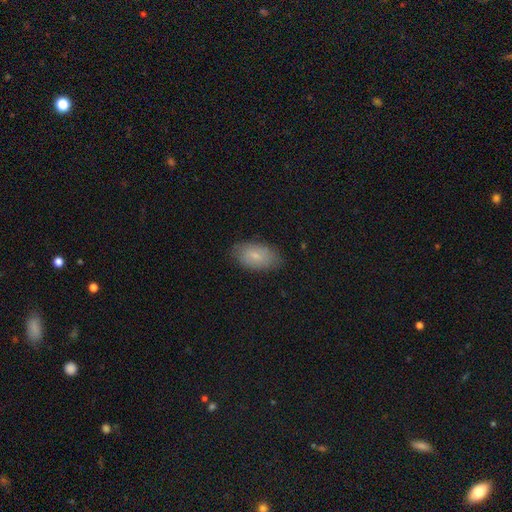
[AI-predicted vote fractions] Smooth or featured?
  - smooth: 76% *
  - featured or disk: 16%
  - star or artifact: 7%
How rounded?
  - in between: 92% *
  - round: 6%
  - cigar-shaped: 2%
Merging?
  - none: 82% *
  - minor disturbance: 14%
  - major disturbance: 3%
  - merger: 1%